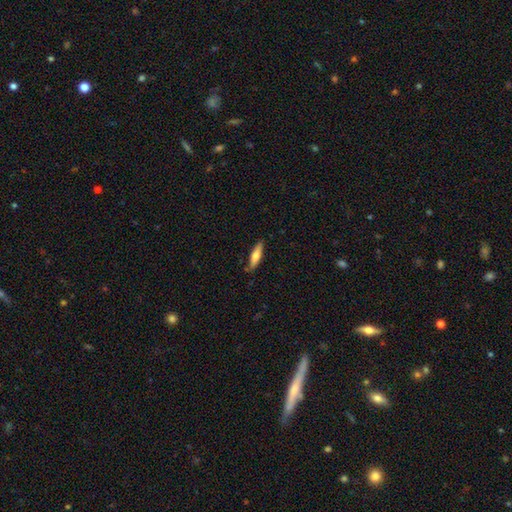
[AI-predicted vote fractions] Smooth or featured?
  - smooth: 66% *
  - featured or disk: 28%
  - star or artifact: 6%
How rounded?
  - cigar-shaped: 69% *
  - in between: 30%
  - round: 2%
Merging?
  - none: 83% *
  - minor disturbance: 13%
  - major disturbance: 2%
  - merger: 2%